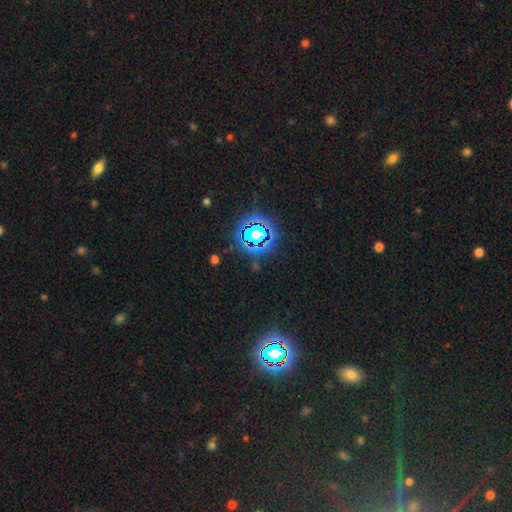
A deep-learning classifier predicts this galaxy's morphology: A star or artifact, not a galaxy (81%).

Vote fractions:
- Smooth or featured? star or artifact: 81% / smooth: 12% / featured or disk: 7%